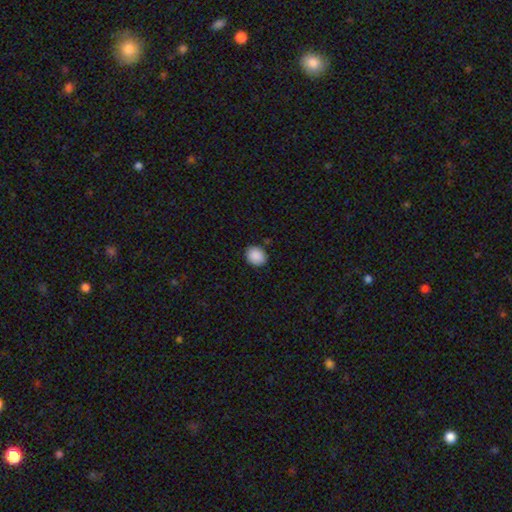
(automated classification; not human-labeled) This appears to be a smooth galaxy with no disk features (89%) that is round (66%). Merging: none (87%).